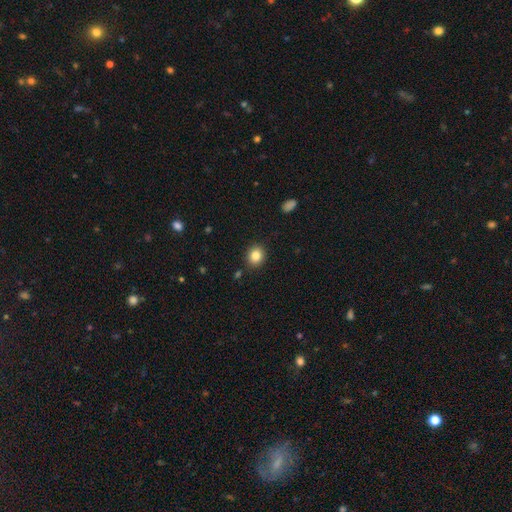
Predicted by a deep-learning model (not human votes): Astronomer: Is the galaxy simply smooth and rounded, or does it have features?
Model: smooth — 84%.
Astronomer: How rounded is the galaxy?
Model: round — 71%.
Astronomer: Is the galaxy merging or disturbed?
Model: none — 89%.